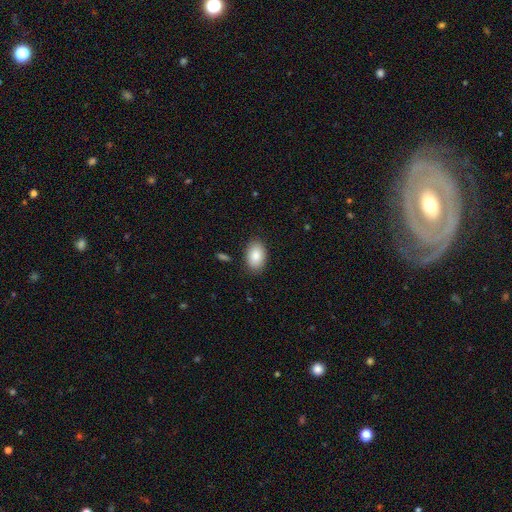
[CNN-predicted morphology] A smooth galaxy with no disk features (87%) that is in between round and cigar-shaped (91%).

Vote fractions:
- Smooth or featured? smooth: 87% / featured or disk: 6% / star or artifact: 6%
- How rounded? in between: 91% / round: 8% / cigar-shaped: 1%
- Merging? none: 86% / minor disturbance: 10% / major disturbance: 2% / merger: 1%